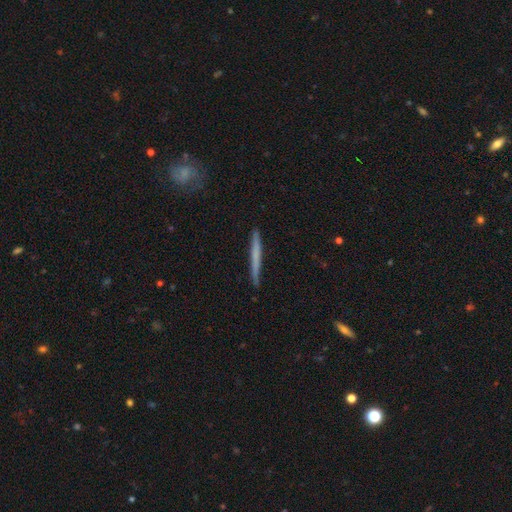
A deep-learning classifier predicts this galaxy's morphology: Smooth or featured: smooth — 53% (featured or disk — 42%)
How rounded: cigar-shaped — 97% (in between — 2%)
Merging: none — 90% (minor disturbance — 8%)